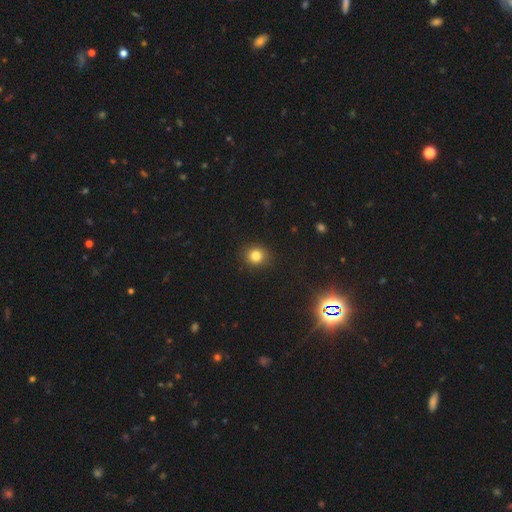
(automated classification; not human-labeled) Morphology: type=smooth (81%); roundness=round (85%); merging=none (90%).